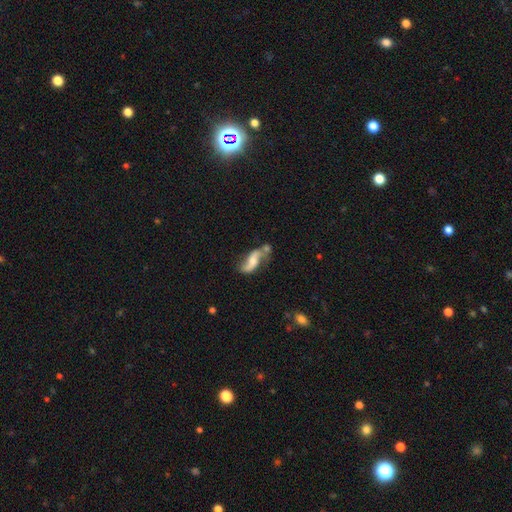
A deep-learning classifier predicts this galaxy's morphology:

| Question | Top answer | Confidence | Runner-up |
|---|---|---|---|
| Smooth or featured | featured or disk | 68% | smooth (25%) |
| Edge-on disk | no | 92% | yes (8%) |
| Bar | no | 52% | weak (34%) |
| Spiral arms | yes | 88% | no (12%) |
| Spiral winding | loose | 75% | medium (19%) |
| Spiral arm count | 2 | 88% | can't tell (5%) |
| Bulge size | moderate | 47% | small (36%) |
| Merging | none | 44% | merger (25%) |